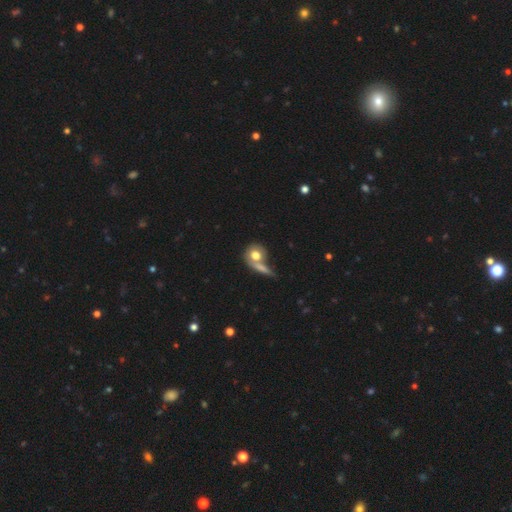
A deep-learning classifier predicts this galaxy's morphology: type=smooth (70%); roundness=round (77%); merging=none (41%).